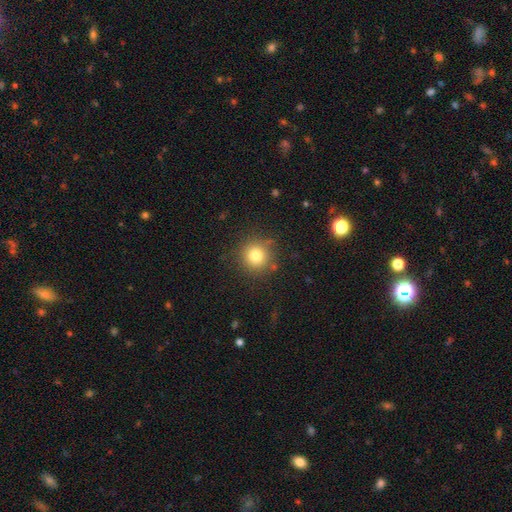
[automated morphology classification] smooth-or-featured: smooth: 79% | star or artifact: 13% | featured or disk: 8%
  how-rounded: round: 94% | in between: 5% | cigar-shaped: 1%
  merging: none: 86% | minor disturbance: 9% | major disturbance: 3% | merger: 2%